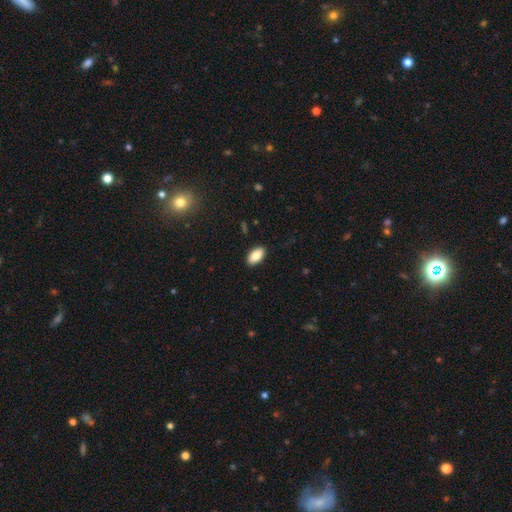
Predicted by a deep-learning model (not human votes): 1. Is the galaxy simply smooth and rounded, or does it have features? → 84% smooth, 9% featured or disk, 7% star or artifact.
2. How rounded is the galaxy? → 93% in between, 4% cigar-shaped, 3% round.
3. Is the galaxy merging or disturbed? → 90% none, 8% minor disturbance, 2% major disturbance, 1% merger.